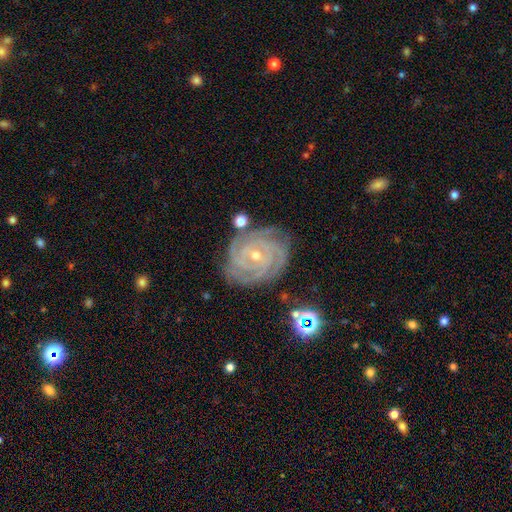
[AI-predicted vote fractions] Smooth or featured? featured or disk (90%)
Edge-on disk? no (97%)
Bar? no (56%)
Spiral arms? yes (99%)
Spiral winding? tight (85%)
Spiral arm count? 4 (32%)
Bulge size? small (71%)
Merging? none (78%)